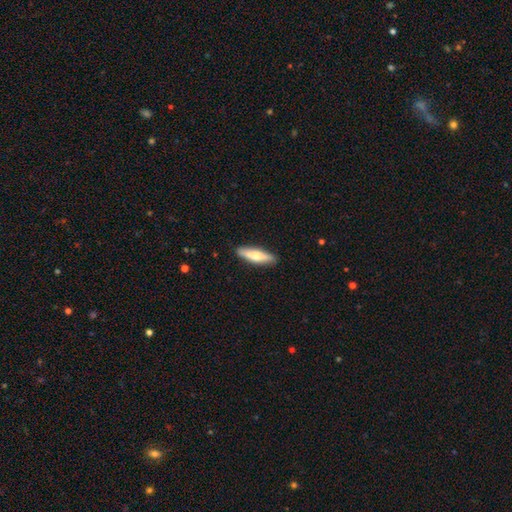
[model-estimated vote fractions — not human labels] Morphology: type=smooth (63%); roundness=cigar-shaped (71%); merging=none (89%).